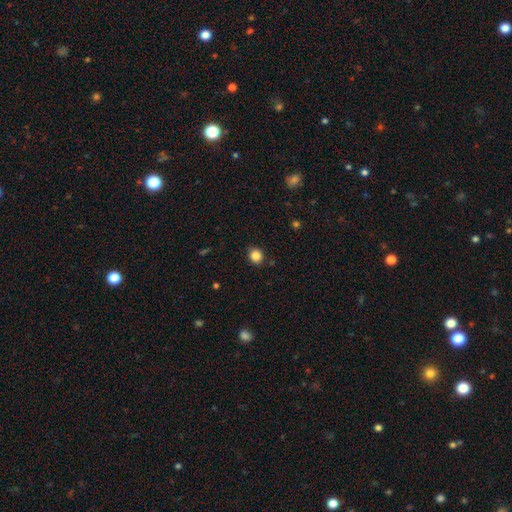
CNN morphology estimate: Smooth or featured: smooth — 85% (star or artifact — 11%)
How rounded: round — 76% (in between — 23%)
Merging: none — 87% (minor disturbance — 10%)